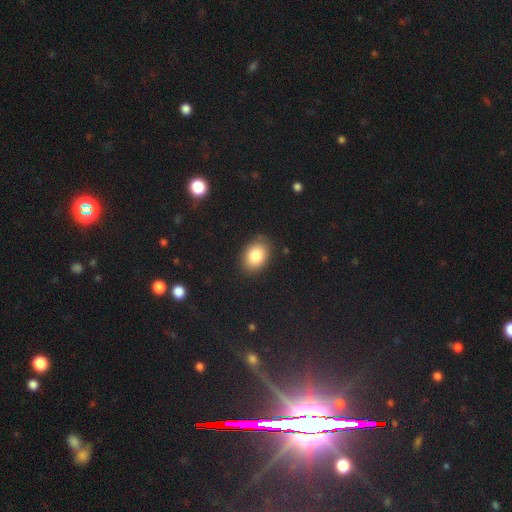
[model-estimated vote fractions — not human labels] Q: Smooth or featured?
A: smooth (83%); runner-up: star or artifact (9%)
Q: How rounded?
A: in between (76%); runner-up: round (23%)
Q: Merging?
A: none (86%); runner-up: minor disturbance (11%)